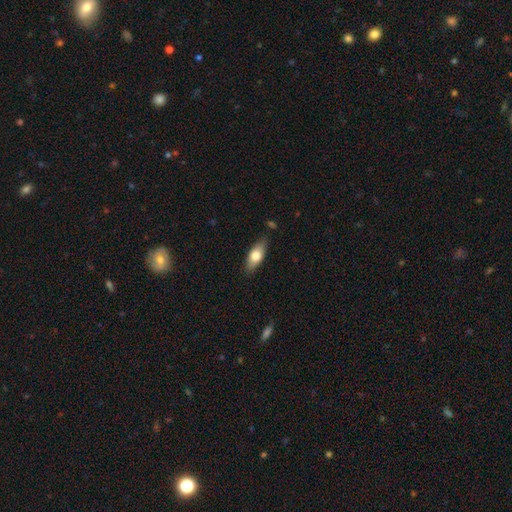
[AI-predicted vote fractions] Morphology: type=smooth (71%); roundness=in between (78%); merging=none (82%).